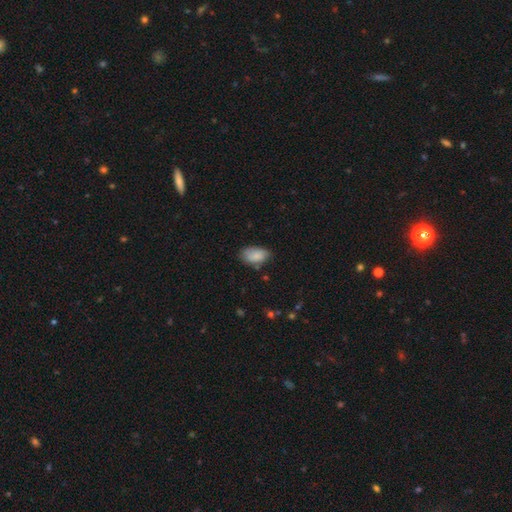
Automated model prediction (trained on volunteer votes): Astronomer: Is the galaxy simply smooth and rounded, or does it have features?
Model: smooth — 85%.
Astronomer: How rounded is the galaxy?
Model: in between — 93%.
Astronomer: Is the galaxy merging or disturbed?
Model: none — 67%.